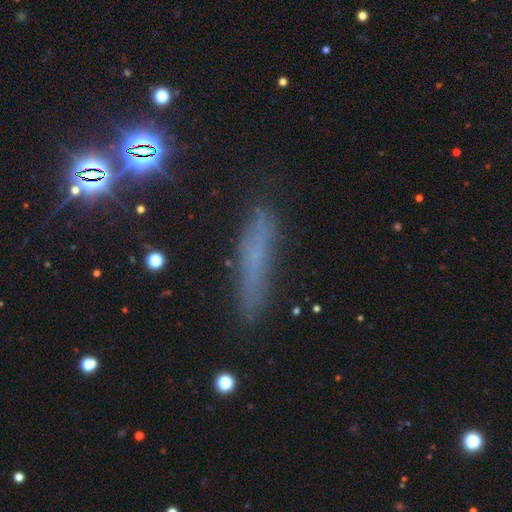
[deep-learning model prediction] Smooth or featured? smooth (51%)
How rounded? cigar-shaped (88%)
Merging? none (77%)